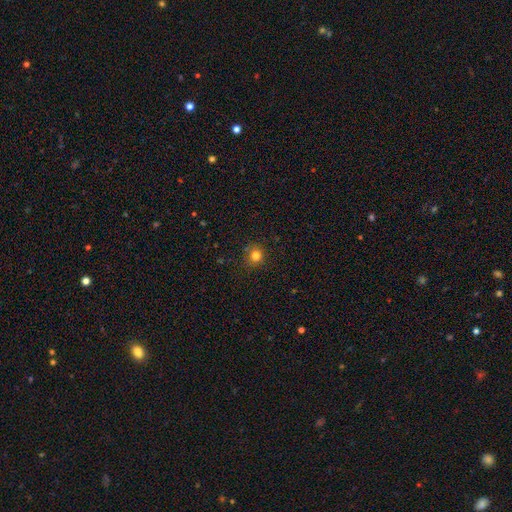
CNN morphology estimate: Q: Smooth or featured?
A: smooth (80%); runner-up: star or artifact (14%)
Q: How rounded?
A: round (88%); runner-up: in between (11%)
Q: Merging?
A: none (83%); runner-up: minor disturbance (12%)